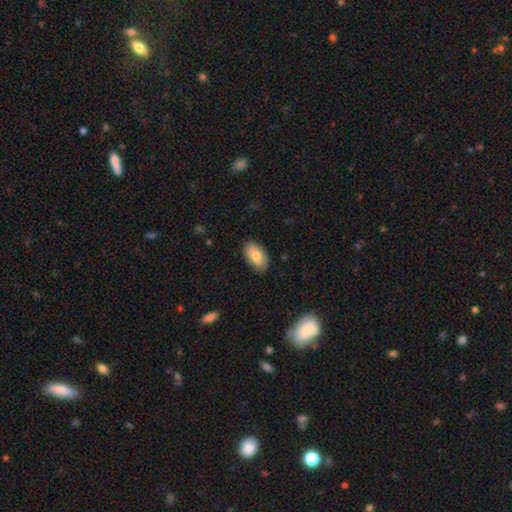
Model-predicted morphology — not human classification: Smooth or featured?
  - smooth: 82% *
  - featured or disk: 11%
  - star or artifact: 6%
How rounded?
  - in between: 94% *
  - round: 4%
  - cigar-shaped: 2%
Merging?
  - none: 88% *
  - minor disturbance: 9%
  - major disturbance: 2%
  - merger: 1%